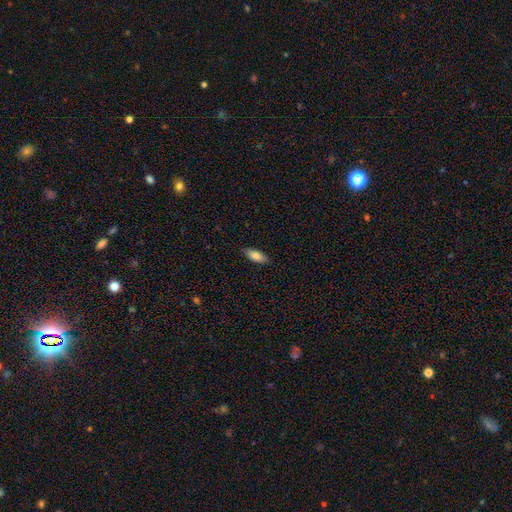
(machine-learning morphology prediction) The model was most divided on "how rounded": in between: 80%, cigar-shaped: 18%, round: 2%. More confident: merging — none (87%); smooth or featured — smooth (81%).